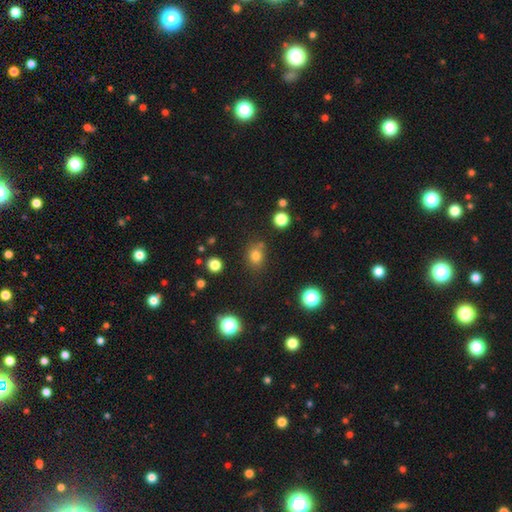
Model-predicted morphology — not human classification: This appears to be a smooth galaxy with no disk features (77%) that is round (57%). Merging: none (71%).